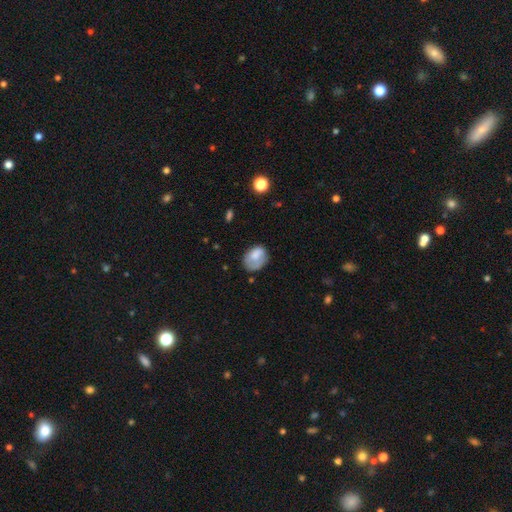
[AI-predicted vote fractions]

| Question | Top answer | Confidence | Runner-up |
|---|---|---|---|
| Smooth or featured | smooth | 72% | featured or disk (20%) |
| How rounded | in between | 70% | round (29%) |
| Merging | none | 50% | minor disturbance (31%) |